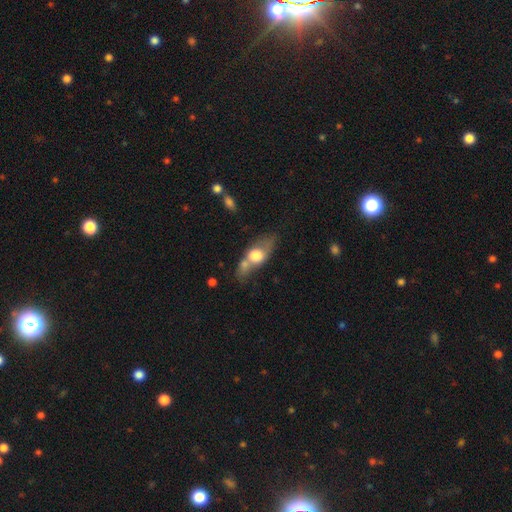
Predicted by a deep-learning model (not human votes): A smooth galaxy with no disk features (58%) that is in between round and cigar-shaped (69%).

Vote fractions:
- Smooth or featured? smooth: 58% / featured or disk: 34% / star or artifact: 8%
- How rounded? in between: 69% / cigar-shaped: 17% / round: 14%
- Merging? merger: 38% / none: 30% / minor disturbance: 19% / major disturbance: 14%